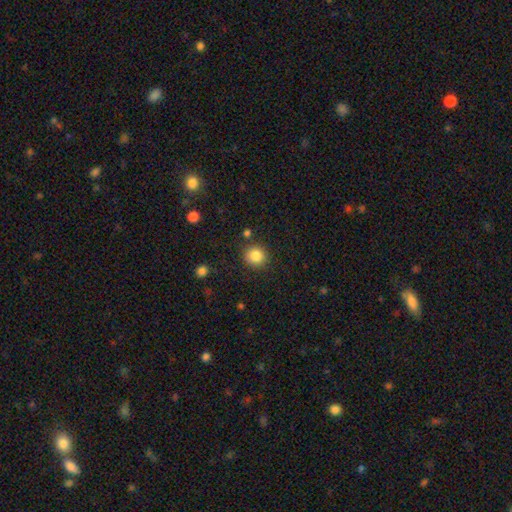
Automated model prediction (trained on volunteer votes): Smooth or featured: smooth — 85% (star or artifact — 10%)
How rounded: round — 87% (in between — 12%)
Merging: none — 85% (minor disturbance — 9%)